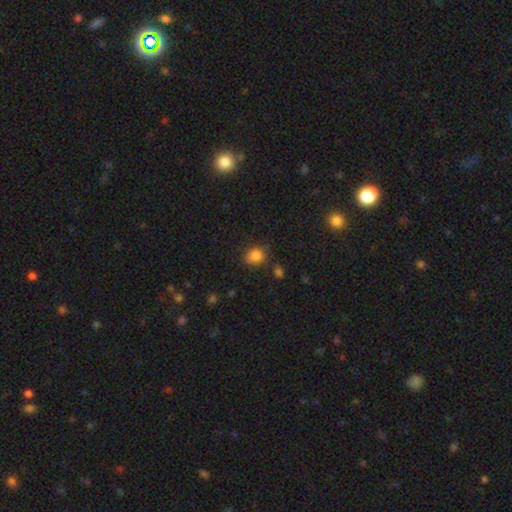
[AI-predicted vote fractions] This appears to be a smooth galaxy with no disk features (84%) that is round (68%). Merging: none (74%).